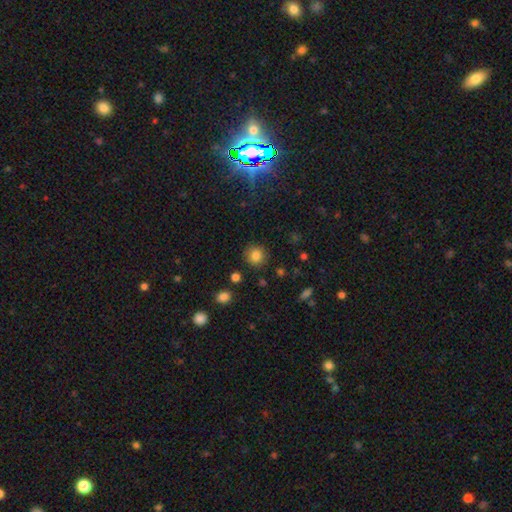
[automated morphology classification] Smooth or featured? Predicted: smooth (p=0.82). How rounded? Predicted: round (p=0.93). Merging? Predicted: none (p=0.89).